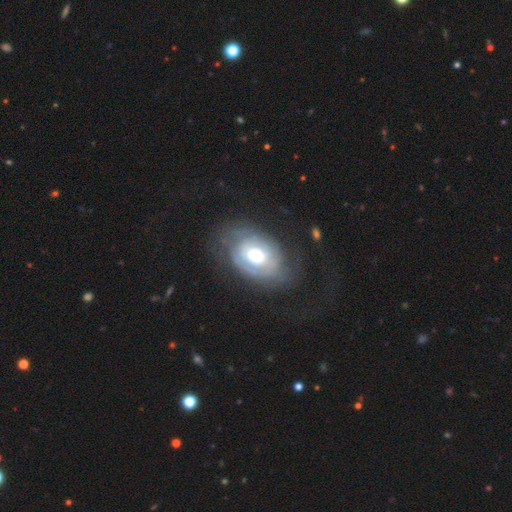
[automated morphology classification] Smooth or featured?
  - featured or disk: 68% *
  - smooth: 25%
  - star or artifact: 6%
Edge-on disk?
  - no: 96% *
  - yes: 4%
Bar?
  - no: 83% *
  - weak: 14%
  - strong: 4%
Spiral arms?
  - yes: 66% *
  - no: 34%
Bulge size?
  - large: 41% *
  - moderate: 38%
  - small: 13%
  - dominant: 7%
  - none: 2%
Merging?
  - none: 60% *
  - minor disturbance: 22%
  - major disturbance: 17%
  - merger: 2%